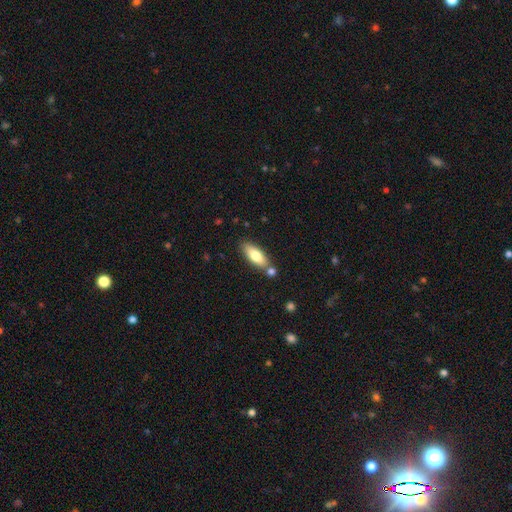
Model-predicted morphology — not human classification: smooth 75%, featured or disk 19%, star or artifact 6%. Down the decision tree: how rounded — in between (71%); merging — none (70%).